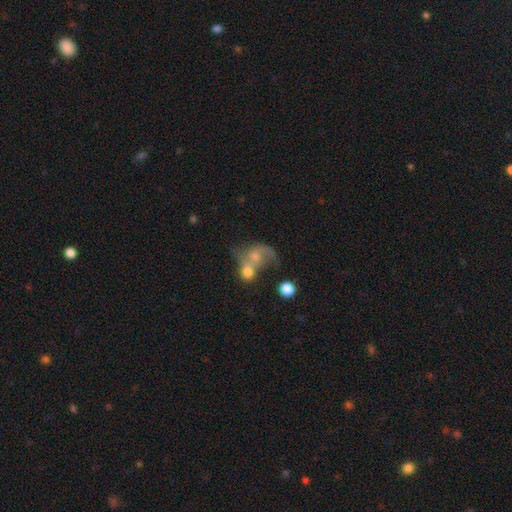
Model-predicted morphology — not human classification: featured or disk 51%, smooth 37%, star or artifact 13%. Down the decision tree: edge-on disk — no (97%); merging — merger (59%).